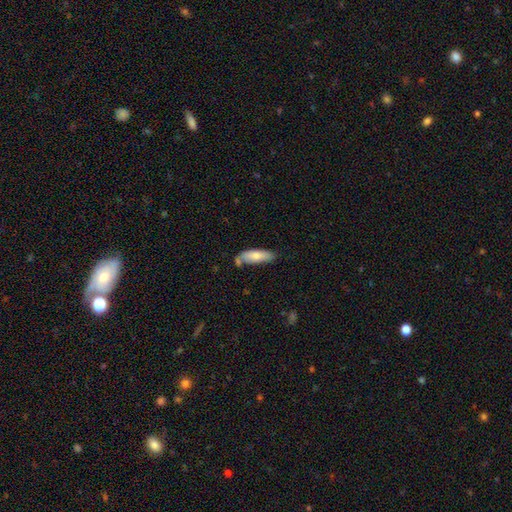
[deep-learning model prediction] Smooth or featured: smooth — 72% (featured or disk — 22%)
How rounded: in between — 57% (cigar-shaped — 41%)
Merging: none — 60% (minor disturbance — 23%)